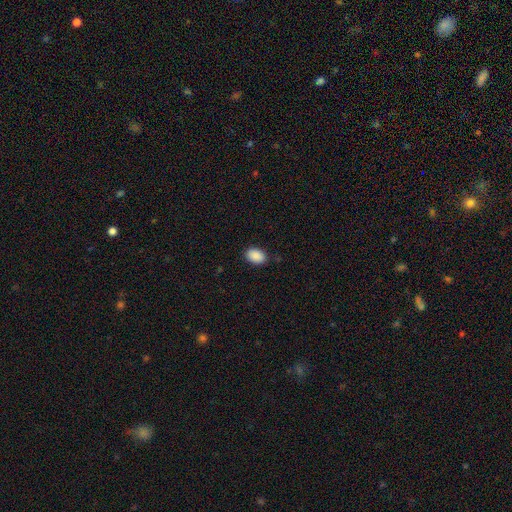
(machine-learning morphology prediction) Smooth or featured?
  - smooth: 90% *
  - star or artifact: 7%
  - featured or disk: 3%
How rounded?
  - in between: 85% *
  - round: 14%
  - cigar-shaped: 1%
Merging?
  - none: 87% *
  - minor disturbance: 10%
  - major disturbance: 2%
  - merger: 1%